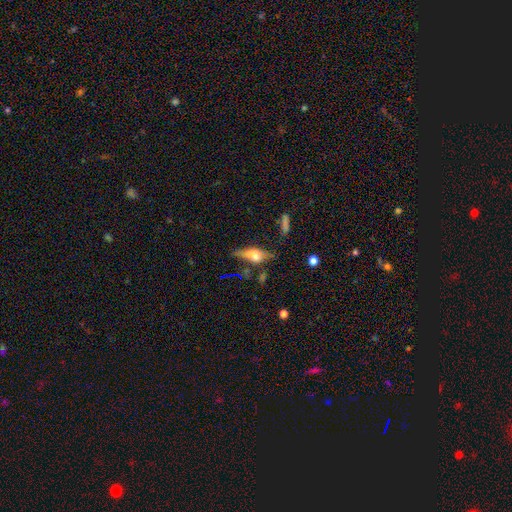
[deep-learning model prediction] Smooth or featured: featured or disk — 48% (smooth — 41%)
Merging: none — 51% (minor disturbance — 25%)